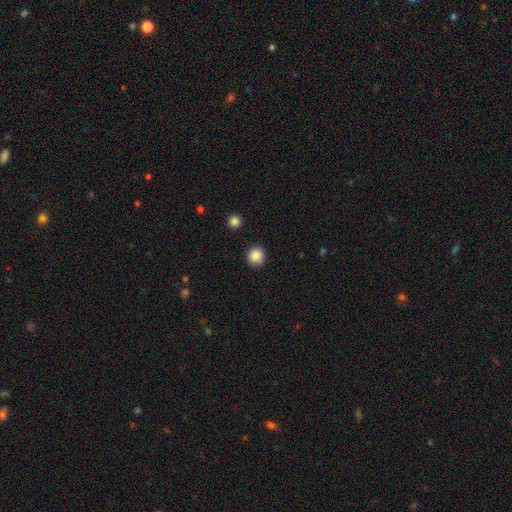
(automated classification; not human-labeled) The model was most divided on "smooth or featured": smooth: 87%, star or artifact: 9%, featured or disk: 4%. More confident: how rounded — round (92%); merging — none (90%).